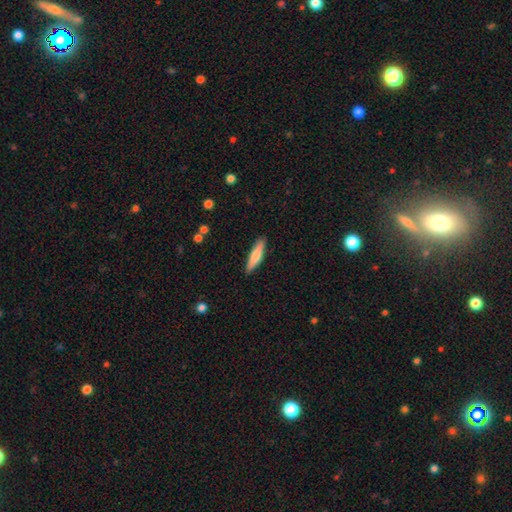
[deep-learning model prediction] Q: Smooth or featured?
A: smooth (72%); runner-up: featured or disk (22%)
Q: How rounded?
A: cigar-shaped (80%); runner-up: in between (19%)
Q: Merging?
A: none (88%); runner-up: minor disturbance (8%)